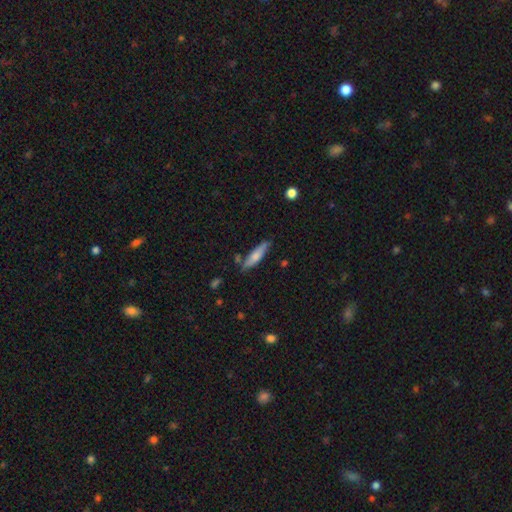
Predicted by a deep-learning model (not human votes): Smooth or featured? smooth (68%)
How rounded? cigar-shaped (75%)
Merging? none (76%)